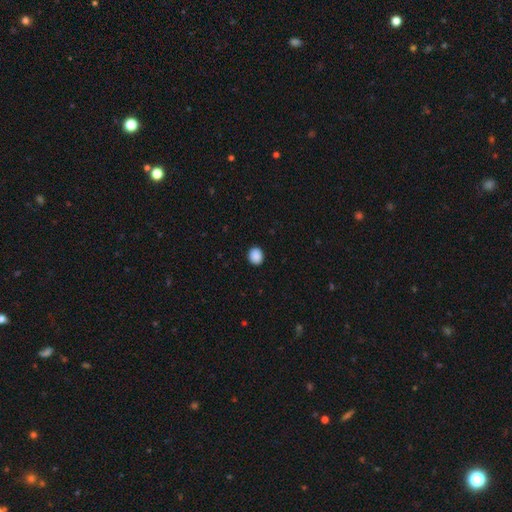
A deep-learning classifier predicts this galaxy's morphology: A smooth galaxy with no disk features (89%) that is round (70%). Merging: none (92%).